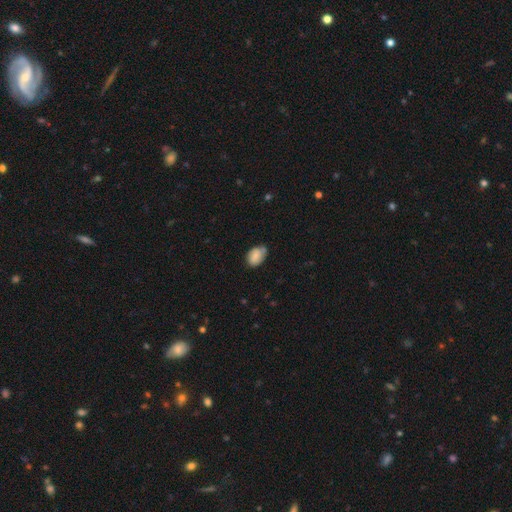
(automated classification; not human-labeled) Smooth or featured? smooth (80%)
How rounded? in between (85%)
Merging? none (60%)